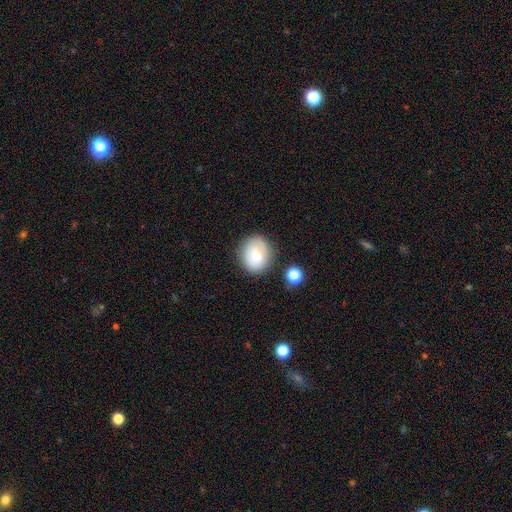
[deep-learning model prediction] Smooth or featured? Predicted: smooth (p=0.75). How rounded? Predicted: round (p=0.72). Merging? Predicted: none (p=0.74).